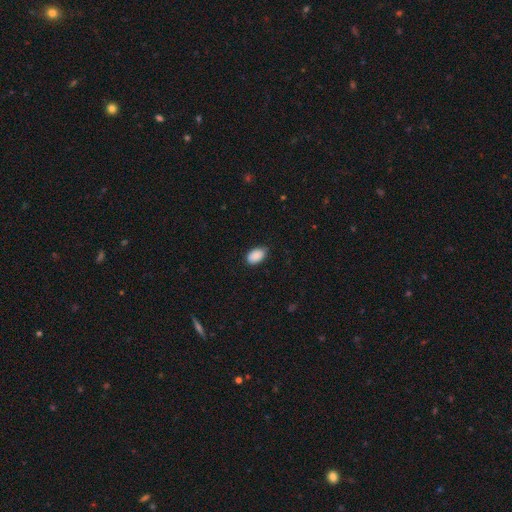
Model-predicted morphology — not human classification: This appears to be a smooth galaxy with no disk features (89%) that is in between round and cigar-shaped (91%). Merging: none (79%).